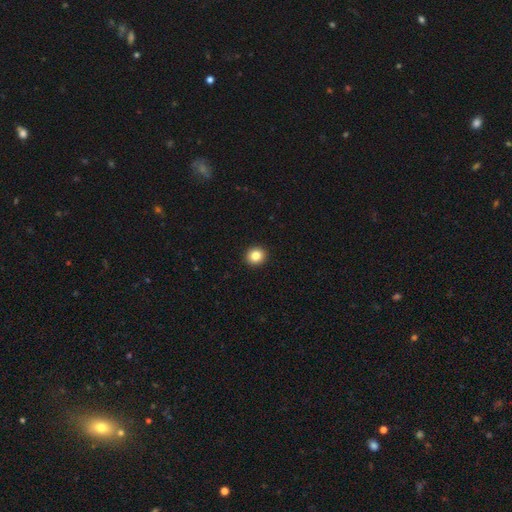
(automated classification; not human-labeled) Smooth or featured? Predicted: smooth (p=0.84). How rounded? Predicted: round (p=0.86). Merging? Predicted: none (p=0.93).